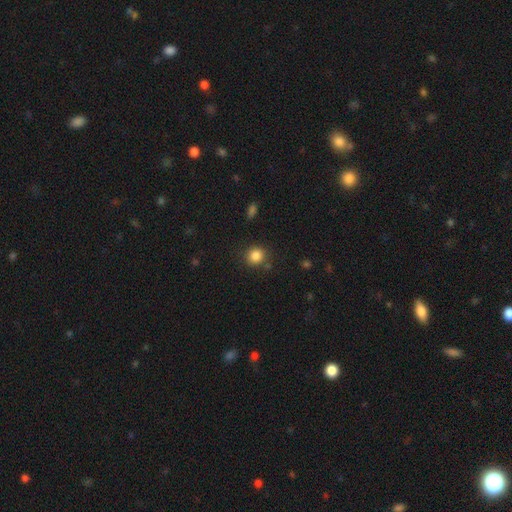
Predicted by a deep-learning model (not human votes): Overall: smooth (85%). How rounded: round (86%). Merging: none (83%).